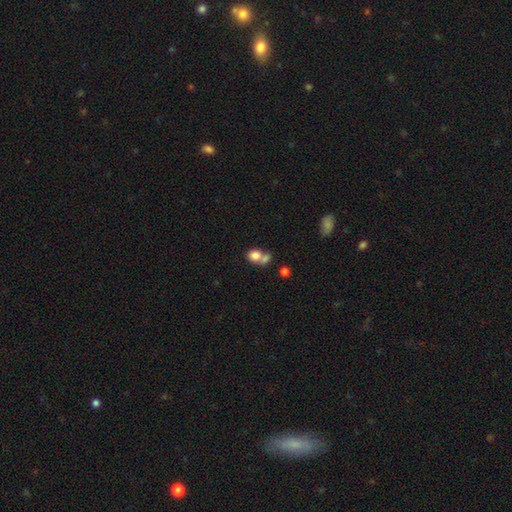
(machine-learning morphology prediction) This appears to be a smooth galaxy with no disk features (80%) that is round (64%). Merging: merger (55%).